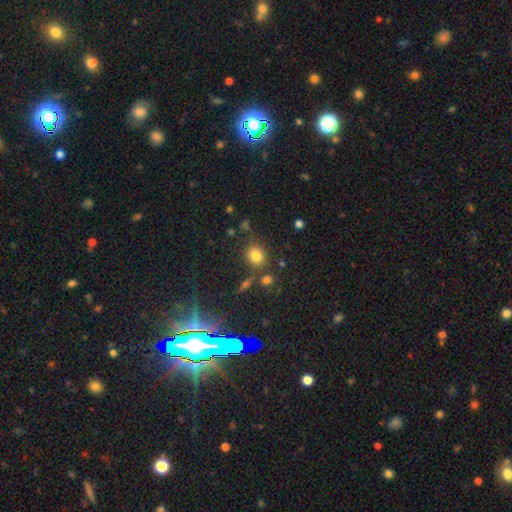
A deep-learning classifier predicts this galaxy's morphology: This is likely a smooth galaxy (78%). How rounded: likely round (74%). Merging: likely none (75%).